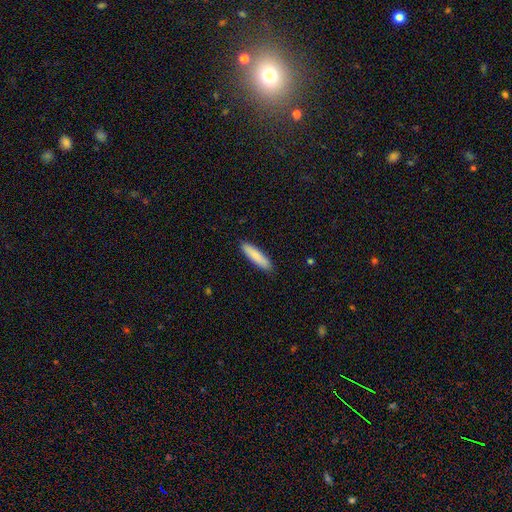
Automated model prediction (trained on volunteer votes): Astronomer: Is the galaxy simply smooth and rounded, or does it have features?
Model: smooth — 83%.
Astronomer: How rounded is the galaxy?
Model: cigar-shaped — 76%.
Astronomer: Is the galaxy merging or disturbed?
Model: none — 89%.